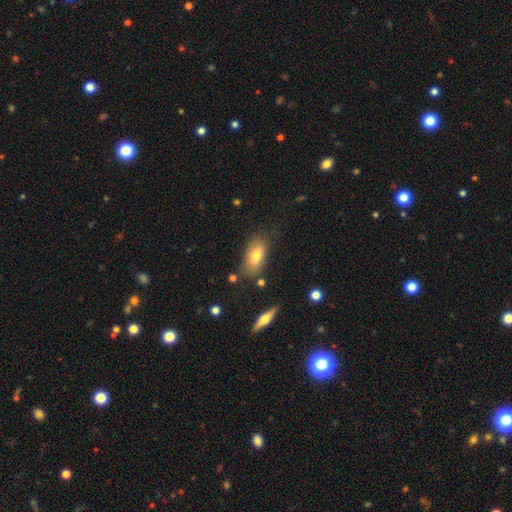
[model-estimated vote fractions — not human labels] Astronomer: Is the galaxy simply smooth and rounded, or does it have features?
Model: smooth — 74%.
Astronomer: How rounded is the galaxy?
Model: in between — 87%.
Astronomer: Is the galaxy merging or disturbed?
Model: none — 74%.